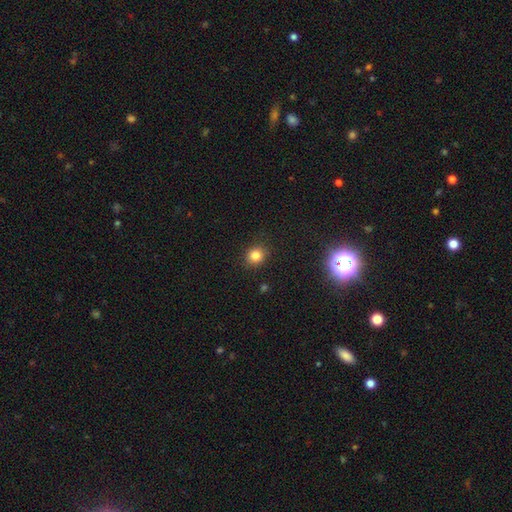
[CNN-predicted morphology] type=smooth (82%); roundness=round (79%); merging=none (88%).